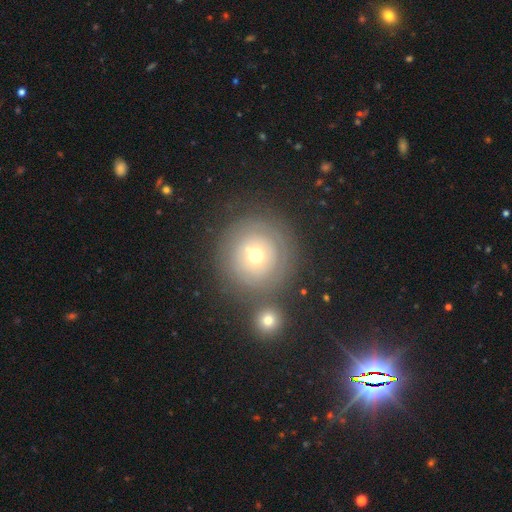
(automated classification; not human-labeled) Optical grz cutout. It shows a featured or disk galaxy (50%). Merging: none (77%).